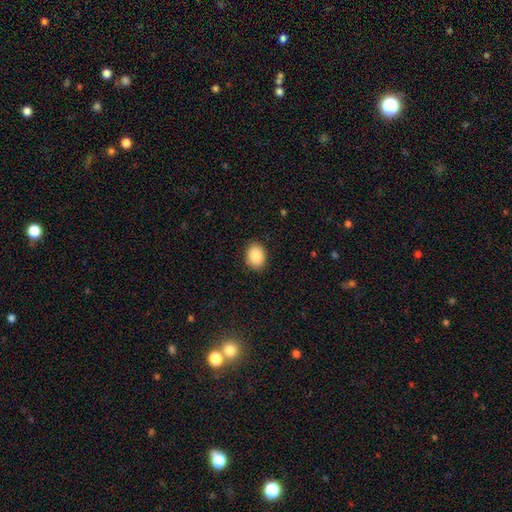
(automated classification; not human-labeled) A smooth galaxy with no disk features (89%) that is in between round and cigar-shaped (65%).

Vote fractions:
- Smooth or featured? smooth: 89% / star or artifact: 7% / featured or disk: 4%
- How rounded? in between: 65% / round: 34% / cigar-shaped: 1%
- Merging? none: 88% / minor disturbance: 9% / major disturbance: 2% / merger: 1%